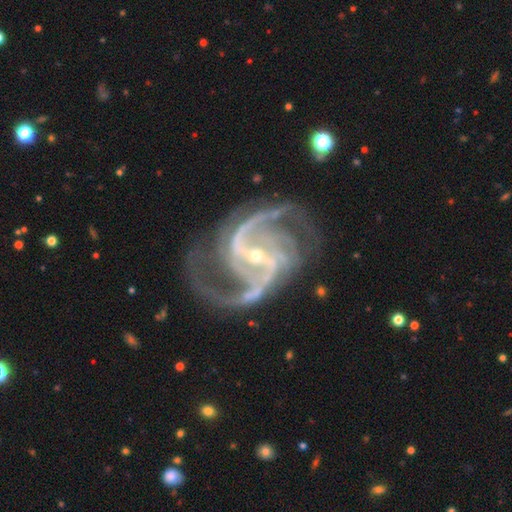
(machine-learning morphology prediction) Smooth or featured? featured or disk (93%)
Edge-on disk? no (98%)
Bar? strong (57%)
Spiral arms? yes (98%)
Spiral winding? medium (57%)
Spiral arm count? 2 (53%)
Bulge size? small (75%)
Merging? none (69%)